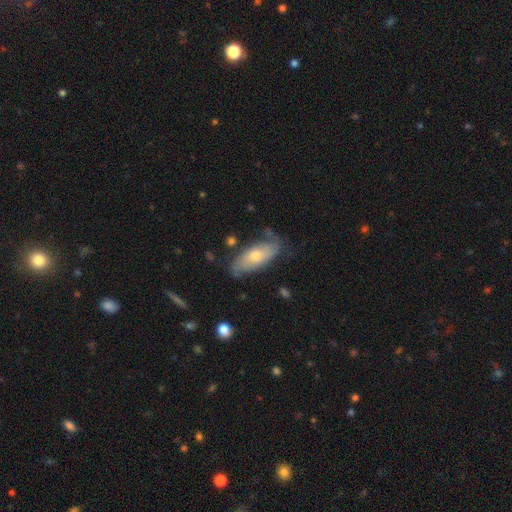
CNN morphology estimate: featured or disk 55%, smooth 38%, star or artifact 7%. Down the decision tree: edge-on disk — no (83%); merging — none (63%).